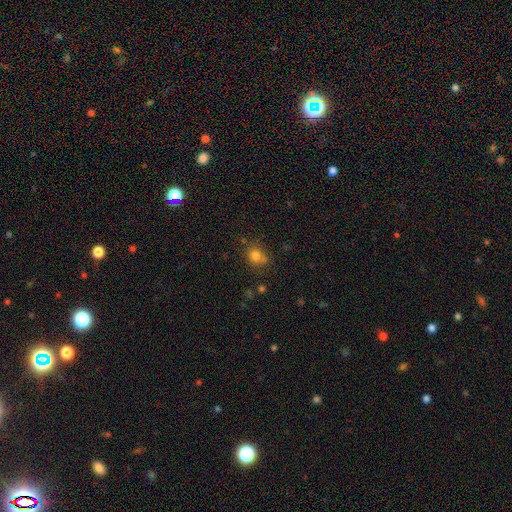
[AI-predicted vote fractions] Overall: smooth (79%). How rounded: round (70%). Merging: none (64%).